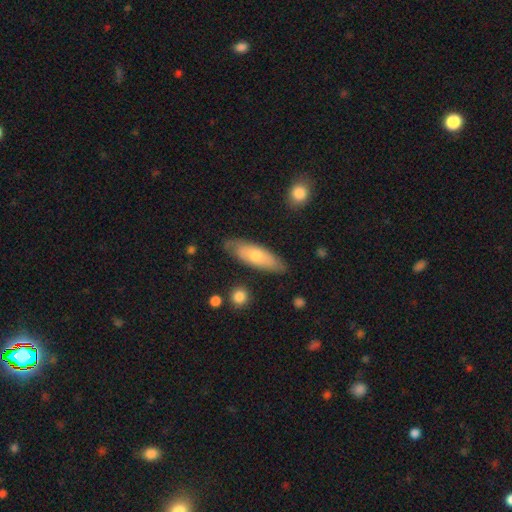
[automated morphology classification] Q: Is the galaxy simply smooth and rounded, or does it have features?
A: smooth — 59%.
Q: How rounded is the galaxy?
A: in between — 54%.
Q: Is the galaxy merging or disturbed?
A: none — 79%.